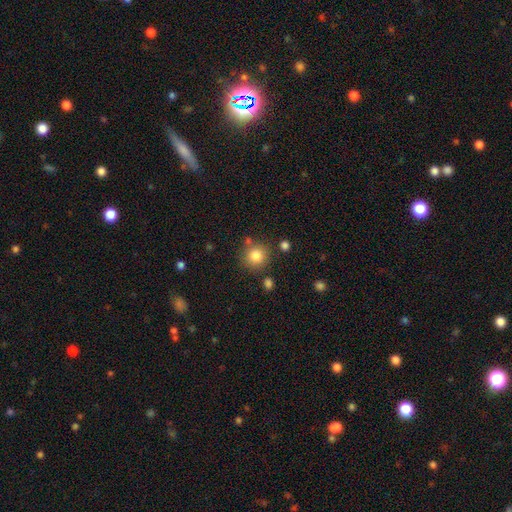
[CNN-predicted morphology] This appears to be a smooth galaxy with no disk features (83%) that is round (90%). Merging: none (79%).